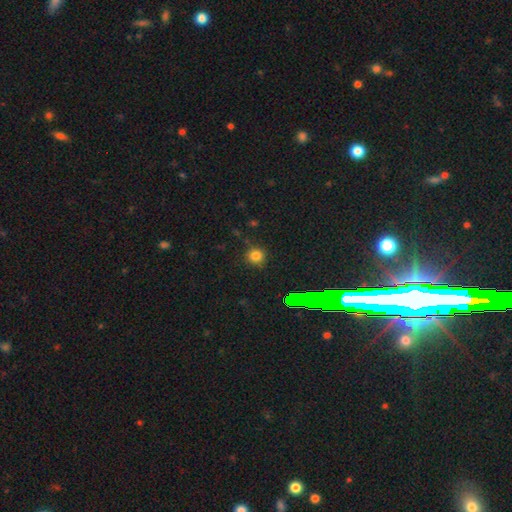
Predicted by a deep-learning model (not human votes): smooth 76%, star or artifact 19%, featured or disk 6%. Down the decision tree: how rounded — round (93%); merging — none (87%).